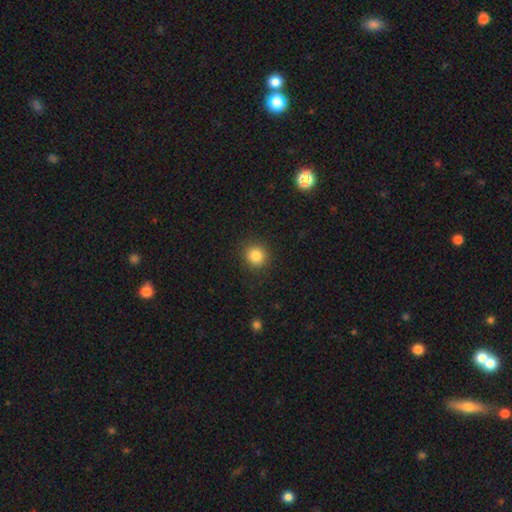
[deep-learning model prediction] Smooth or featured? Predicted: smooth (p=0.84). How rounded? Predicted: round (p=0.90). Merging? Predicted: none (p=0.89).